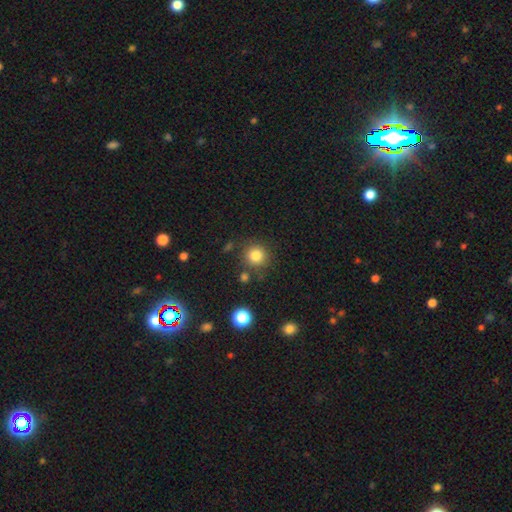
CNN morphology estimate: This is clearly a smooth galaxy (83%). How rounded: clearly round (93%). Merging: clearly none (83%).